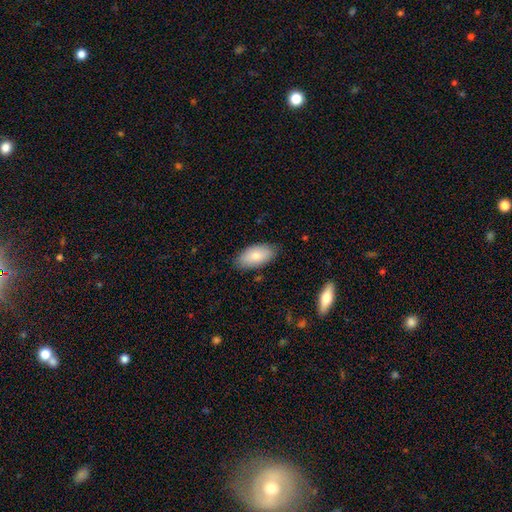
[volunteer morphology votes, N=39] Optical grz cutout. It shows a smooth galaxy with no disk features (87%) that is in between round and cigar-shaped (97%). Merging: none (76%).